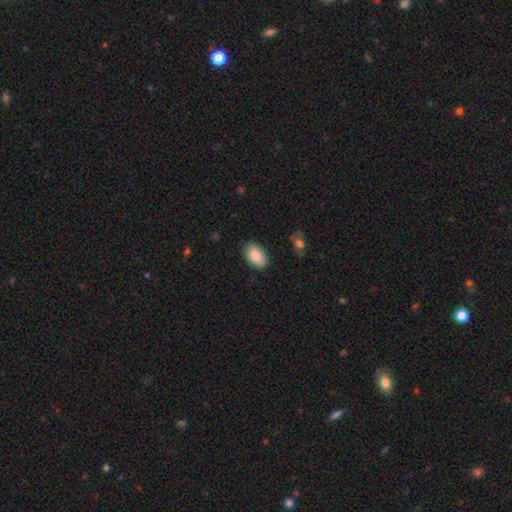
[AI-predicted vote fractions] This appears to be a smooth galaxy with no disk features (87%) that is in between round and cigar-shaped (93%). Merging: none (85%).